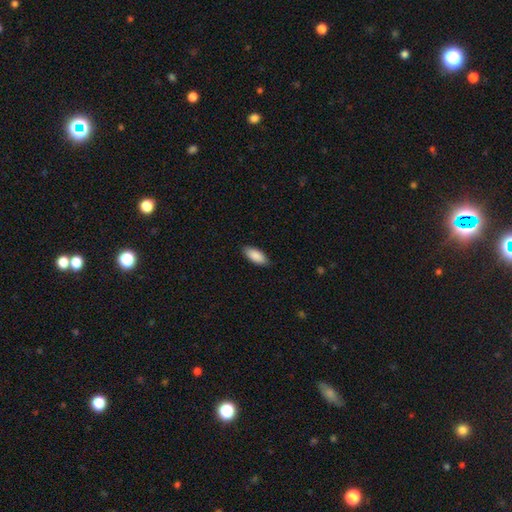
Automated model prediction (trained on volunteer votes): smooth_or_featured: smooth (p=0.90) [alt: star or artifact p=0.06]
how_rounded: in between (p=0.87) [alt: cigar-shaped p=0.12]
merging: none (p=0.88) [alt: minor disturbance p=0.09]